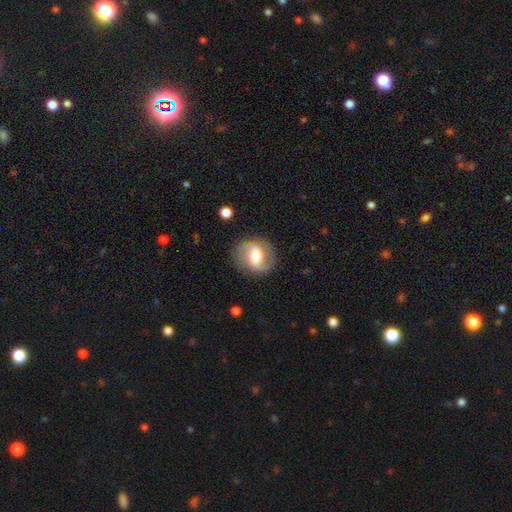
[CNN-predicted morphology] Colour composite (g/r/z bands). It shows a featured or disk galaxy (65%) with a weak bar (43%), 2 (86%) medium (43%) spiral arms (82%) and a moderate central bulge (65%). Merging: none (81%).